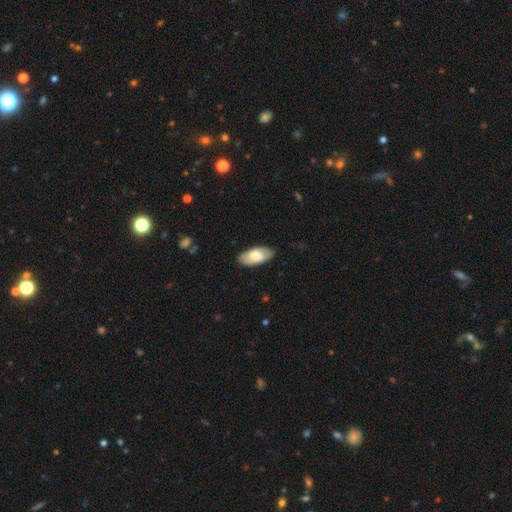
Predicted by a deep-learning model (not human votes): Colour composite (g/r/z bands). It shows a smooth galaxy with no disk features (73%) that is in between round and cigar-shaped (92%). Merging: none (86%).